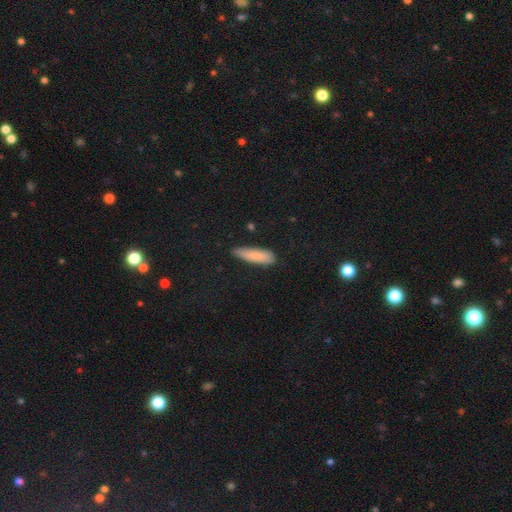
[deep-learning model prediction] Smooth or featured: smooth — 83% (featured or disk — 10%)
How rounded: cigar-shaped — 69% (in between — 30%)
Merging: none — 74% (minor disturbance — 21%)